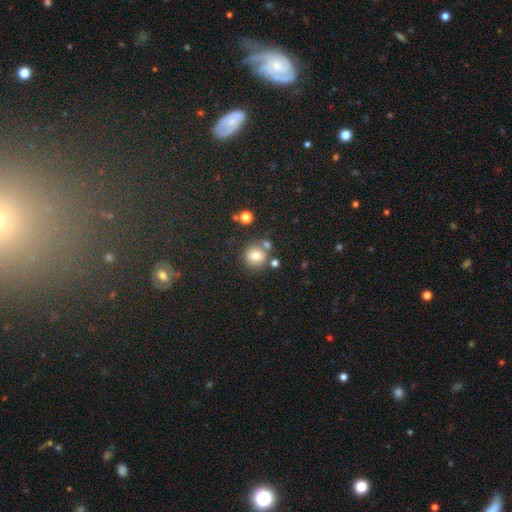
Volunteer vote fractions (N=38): A smooth galaxy with no disk features (71%) that is round (89%). Merging: none (68%).